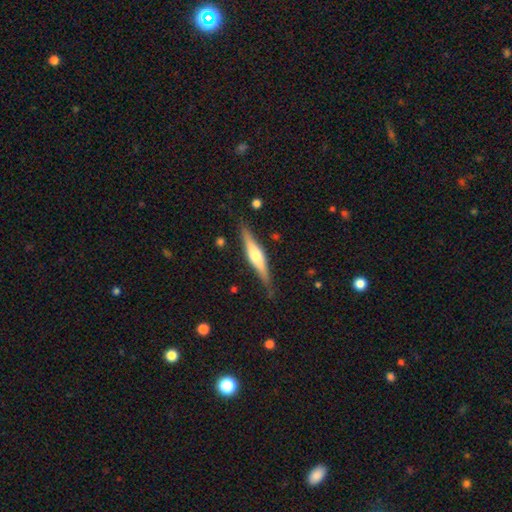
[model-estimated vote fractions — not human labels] Smooth or featured? Predicted: featured or disk (p=0.65). Edge-on disk? Predicted: yes (p=0.95). Edge-on bulge? Predicted: rounded (p=0.87). Merging? Predicted: none (p=0.84).